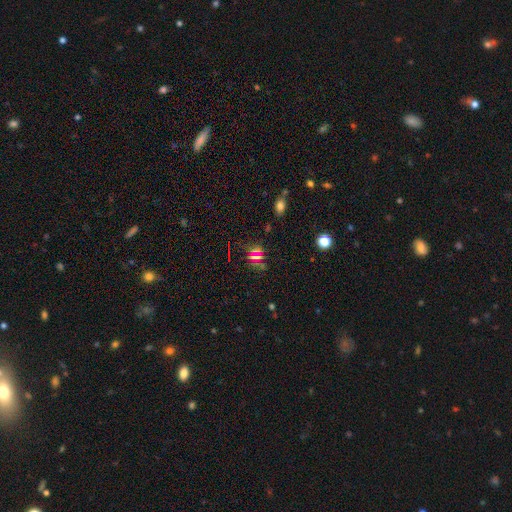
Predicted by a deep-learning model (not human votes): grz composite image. It shows a star or artifact, not a galaxy (57%).